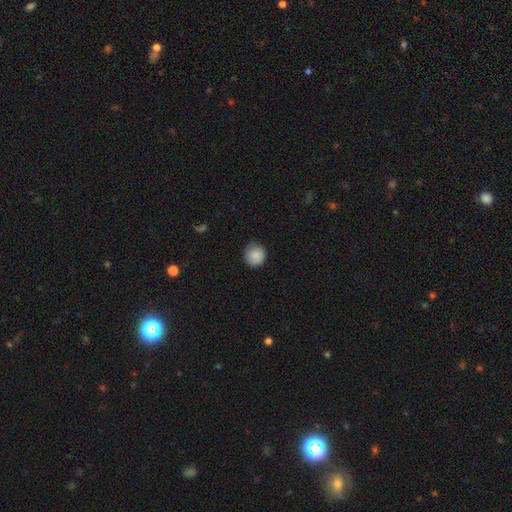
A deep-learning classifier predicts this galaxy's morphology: Smooth or featured? smooth (88%)
How rounded? round (92%)
Merging? none (84%)